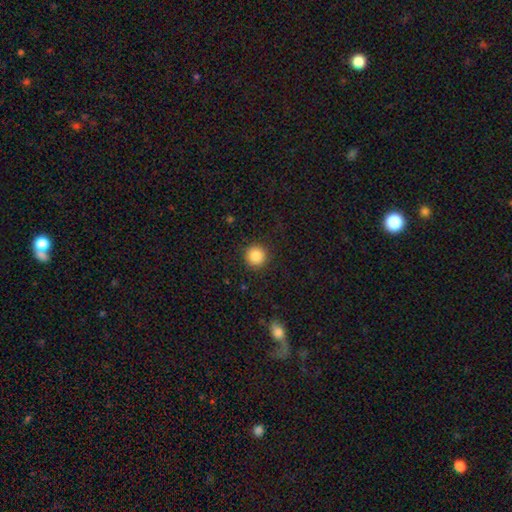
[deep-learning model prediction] Q: Smooth or featured?
A: smooth (87%); runner-up: star or artifact (10%)
Q: How rounded?
A: round (95%); runner-up: in between (4%)
Q: Merging?
A: none (91%); runner-up: minor disturbance (6%)